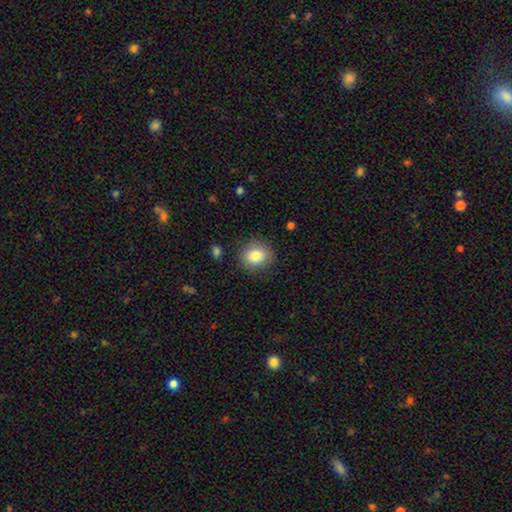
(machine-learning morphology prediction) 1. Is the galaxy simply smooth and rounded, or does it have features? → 82% smooth, 9% star or artifact, 9% featured or disk.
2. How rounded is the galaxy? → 74% round, 25% in between, 1% cigar-shaped.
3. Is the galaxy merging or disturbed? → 85% none, 10% minor disturbance, 3% major disturbance, 1% merger.